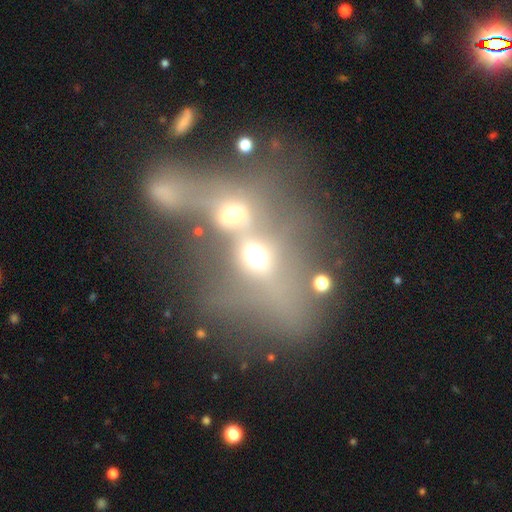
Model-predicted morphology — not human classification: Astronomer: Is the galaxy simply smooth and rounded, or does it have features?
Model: smooth — 45% (runner-up: featured or disk, 32%).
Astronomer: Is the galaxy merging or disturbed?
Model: merger — 81%.